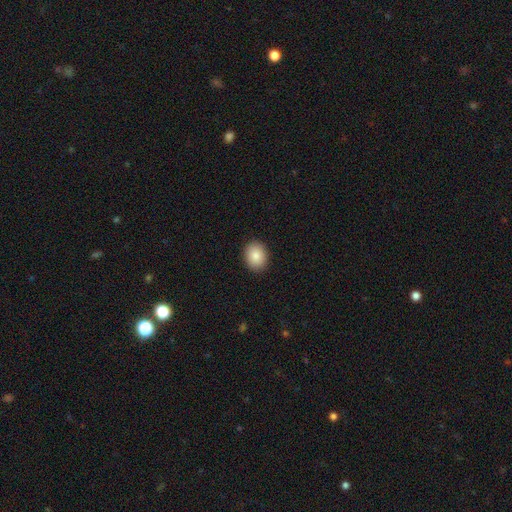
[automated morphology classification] Smooth or featured? smooth (86%)
How rounded? round (50%)
Merging? none (90%)